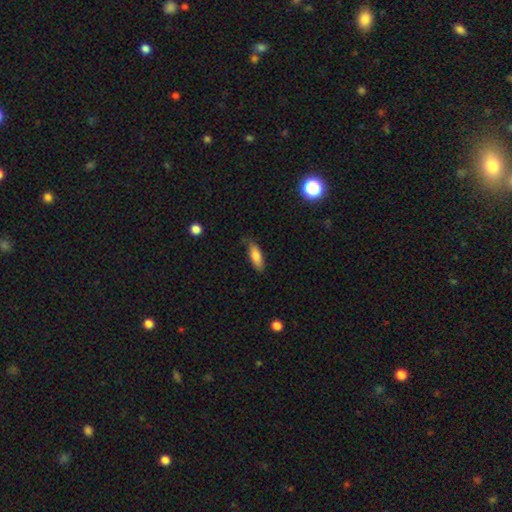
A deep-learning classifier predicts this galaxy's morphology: This appears to be a smooth galaxy with no disk features (80%) that is in between round and cigar-shaped (63%). Merging: none (73%).